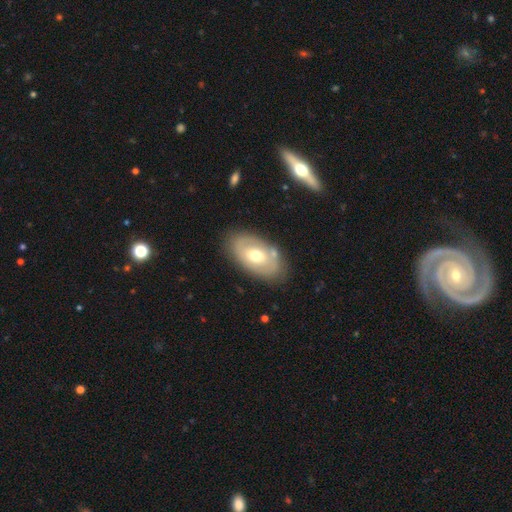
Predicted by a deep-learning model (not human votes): featured or disk 51%, smooth 43%, star or artifact 6%. Down the decision tree: edge-on disk — no (90%); merging — none (76%).